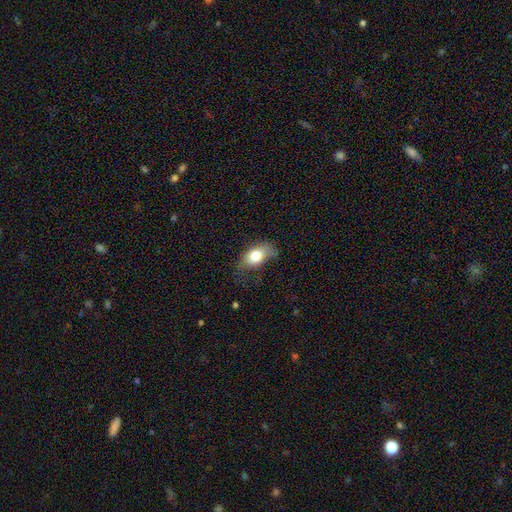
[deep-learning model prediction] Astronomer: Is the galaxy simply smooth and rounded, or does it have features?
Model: smooth — 76%.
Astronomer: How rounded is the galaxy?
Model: in between — 87%.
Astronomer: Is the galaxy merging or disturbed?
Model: none — 50% (runner-up: minor disturbance, 33%).